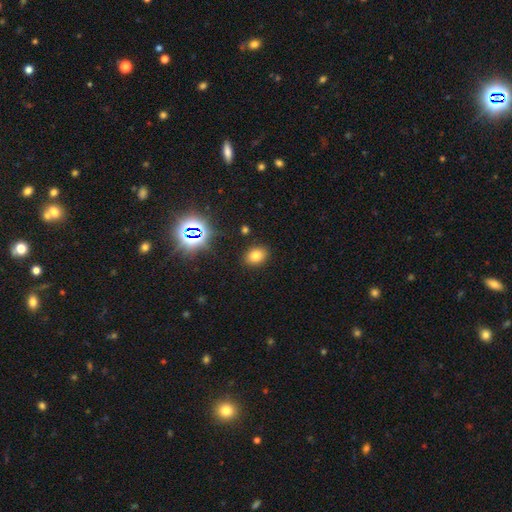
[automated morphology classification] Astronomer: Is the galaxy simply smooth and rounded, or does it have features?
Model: smooth — 75%.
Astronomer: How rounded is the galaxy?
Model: in between — 67%.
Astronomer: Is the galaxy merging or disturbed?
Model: none — 87%.